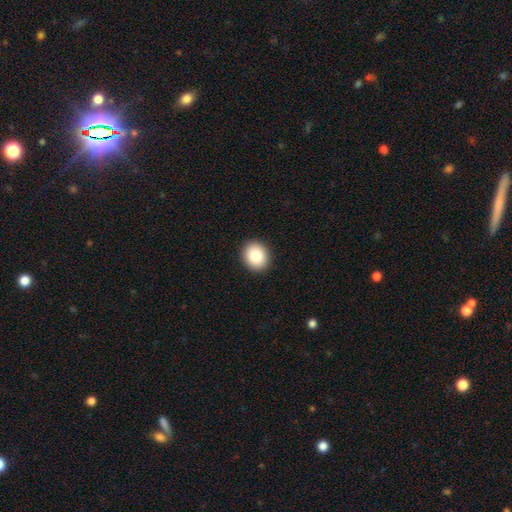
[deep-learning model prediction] Smooth or featured? smooth (84%)
How rounded? round (66%)
Merging? none (92%)